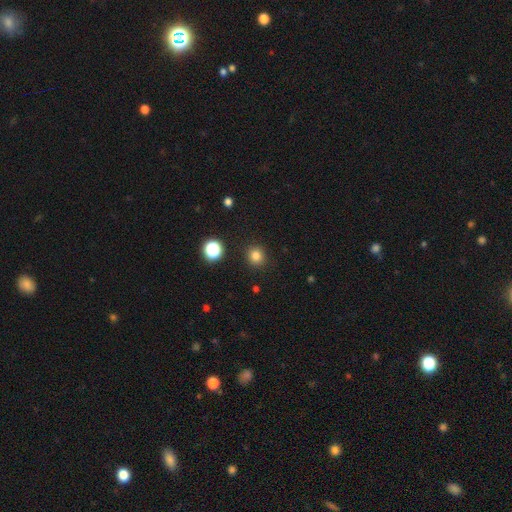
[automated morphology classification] Smooth or featured? Predicted: smooth (p=0.81). How rounded? Predicted: round (p=0.90). Merging? Predicted: none (p=0.90).